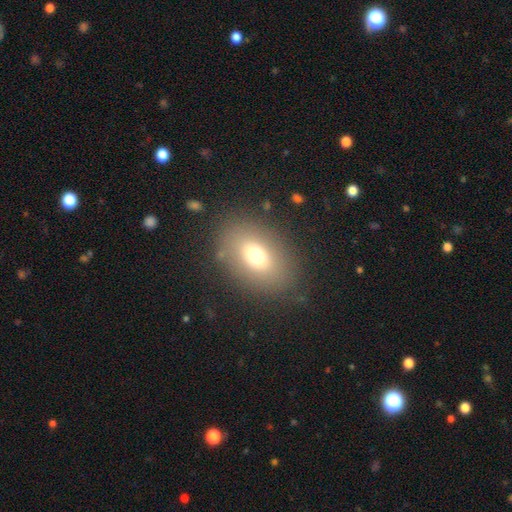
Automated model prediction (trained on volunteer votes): smooth-or-featured: smooth: 70% | featured or disk: 17% | star or artifact: 13%
  how-rounded: in between: 75% | round: 24% | cigar-shaped: 1%
  merging: none: 81% | minor disturbance: 11% | major disturbance: 6% | merger: 2%